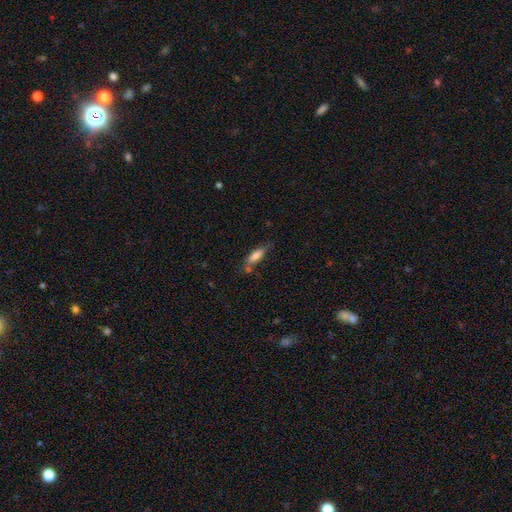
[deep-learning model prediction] The model was most divided on "how rounded": in between: 52%, cigar-shaped: 46%, round: 2%. More confident: smooth or featured — smooth (76%); merging — none (59%).